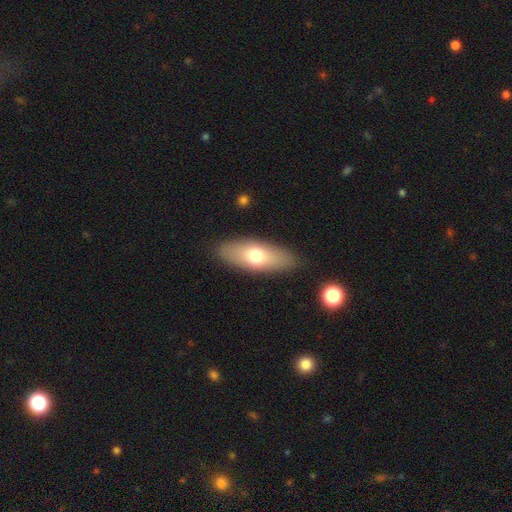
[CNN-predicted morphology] The model was most divided on "smooth or featured": smooth: 68%, featured or disk: 25%, star or artifact: 7%. More confident: merging — none (86%); how rounded — in between (76%).